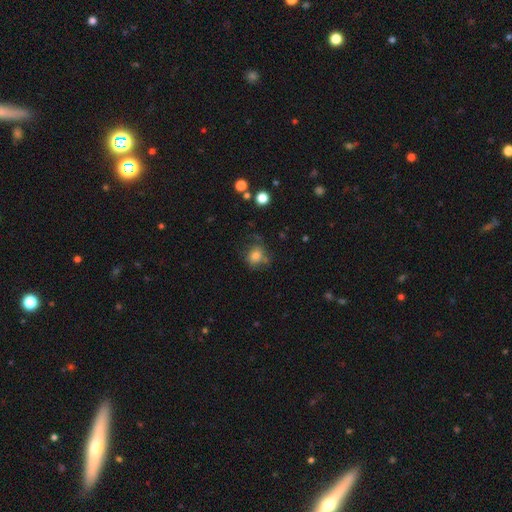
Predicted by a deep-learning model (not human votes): Smooth or featured? Predicted: smooth (p=0.76). How rounded? Predicted: round (p=0.68). Merging? Predicted: none (p=0.56).